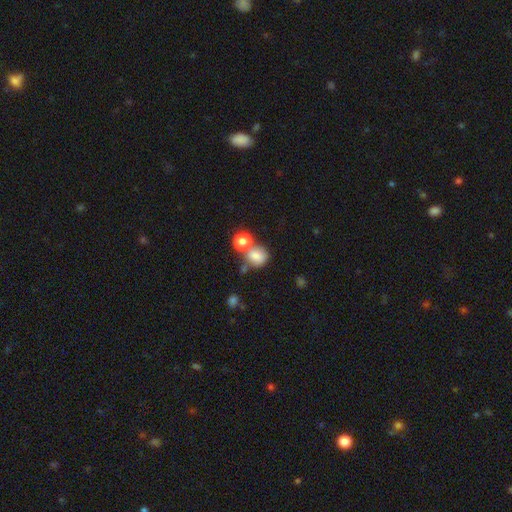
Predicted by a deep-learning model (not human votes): Overall: smooth (78%). How rounded: round (68%; in between 31%). Merging: none (45%; merger 37%).